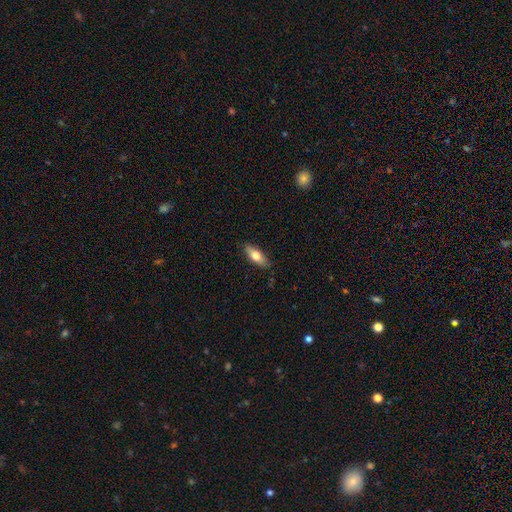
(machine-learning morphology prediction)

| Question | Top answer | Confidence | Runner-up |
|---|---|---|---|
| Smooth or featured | smooth | 71% | featured or disk (22%) |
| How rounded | in between | 70% | cigar-shaped (27%) |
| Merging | none | 85% | minor disturbance (12%) |